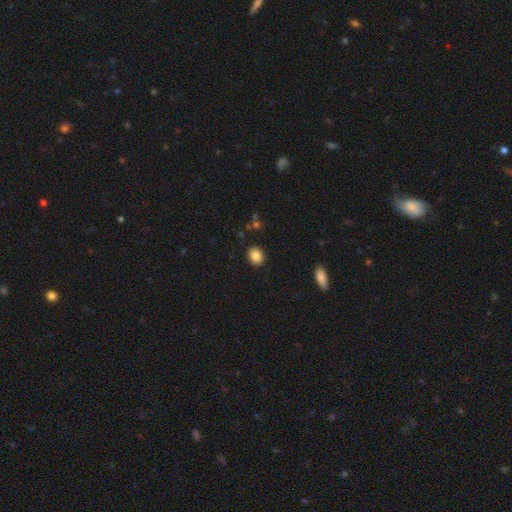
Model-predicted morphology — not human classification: Smooth or featured? smooth (85%)
How rounded? round (59%)
Merging? none (90%)